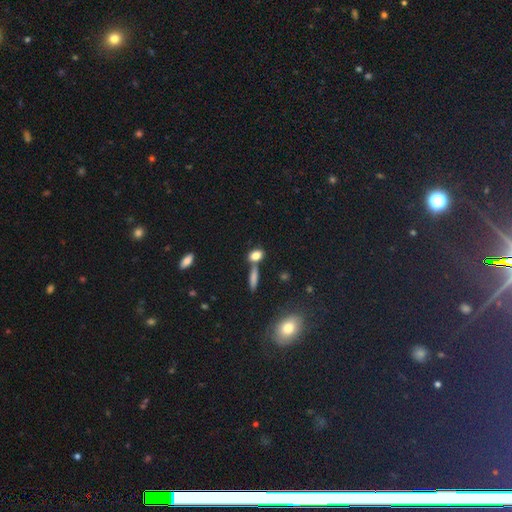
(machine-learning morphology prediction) type=smooth (79%); roundness=in between (68%); merging=none (54%).